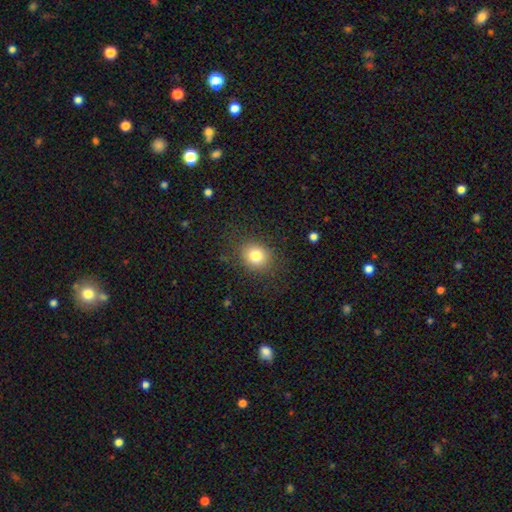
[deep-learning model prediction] smooth_or_featured: smooth (p=0.80) [alt: star or artifact p=0.12]
how_rounded: round (p=0.72) [alt: in between p=0.27]
merging: none (p=0.84) [alt: minor disturbance p=0.10]